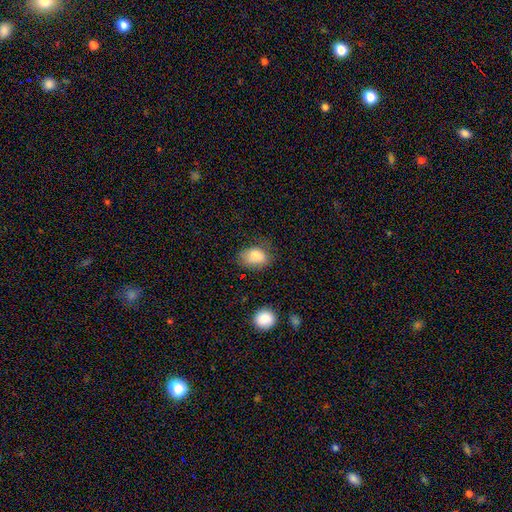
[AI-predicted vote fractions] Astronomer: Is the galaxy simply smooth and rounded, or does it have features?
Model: smooth — 83%.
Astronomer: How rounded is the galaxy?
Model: in between — 81%.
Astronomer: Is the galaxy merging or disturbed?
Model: none — 60%.